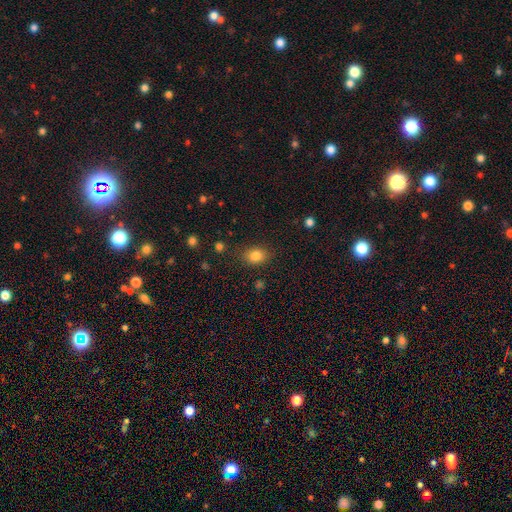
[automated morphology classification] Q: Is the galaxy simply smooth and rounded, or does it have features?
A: smooth — 83%.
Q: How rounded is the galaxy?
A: in between — 63%.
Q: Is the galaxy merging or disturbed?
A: none — 83%.